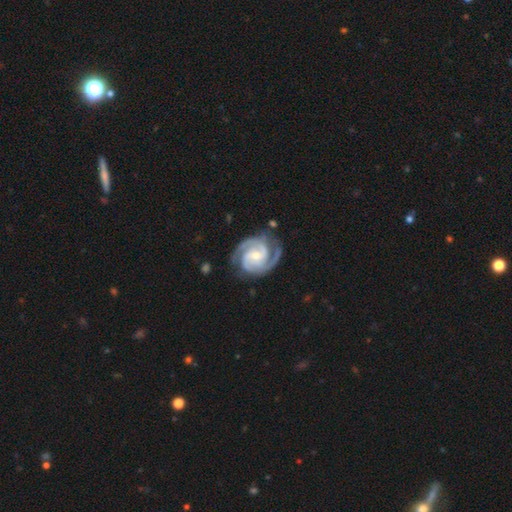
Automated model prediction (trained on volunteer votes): The model was most divided on "bar": no: 47%, weak: 39%, strong: 14%. More confident: spiral arms — yes (99%); edge-on disk — no (98%); smooth or featured — featured or disk (93%); merging — none (76%); spiral arm count — 2 (57%); spiral winding — tight (56%); bulge size — small (55%).